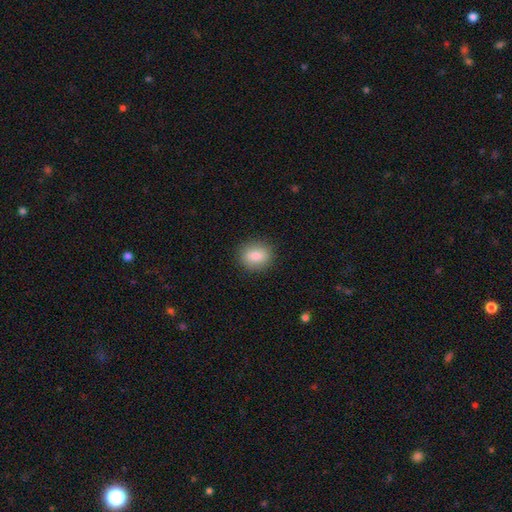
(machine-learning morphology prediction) Q: Smooth or featured?
A: smooth (85%); runner-up: star or artifact (8%)
Q: How rounded?
A: round (60%); runner-up: in between (39%)
Q: Merging?
A: none (88%); runner-up: minor disturbance (8%)